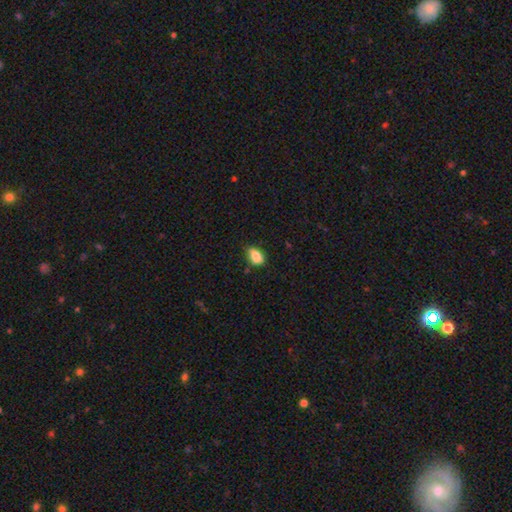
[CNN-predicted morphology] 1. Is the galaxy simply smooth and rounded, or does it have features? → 84% smooth, 9% star or artifact, 8% featured or disk.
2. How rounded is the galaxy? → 87% in between, 10% round, 2% cigar-shaped.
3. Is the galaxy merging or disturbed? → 59% none, 32% minor disturbance, 5% major disturbance, 4% merger.